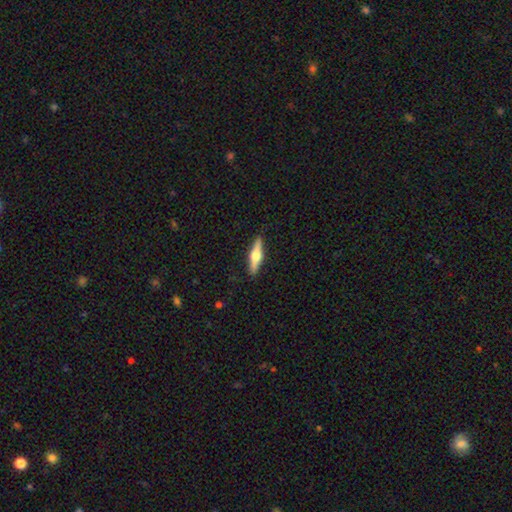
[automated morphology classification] type=featured or disk (62%); edge-on=yes (97%); edge-on bulge=rounded (94%); merging=none (90%).